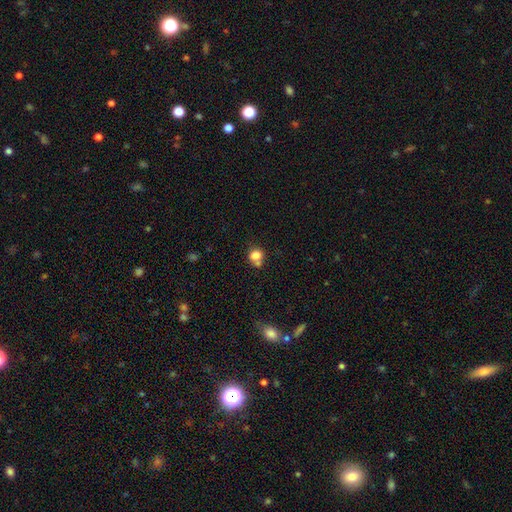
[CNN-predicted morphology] smooth_or_featured: smooth (p=0.79) [alt: star or artifact p=0.12]
how_rounded: round (p=0.69) [alt: in between p=0.30]
merging: none (p=0.49) [alt: merger p=0.33]